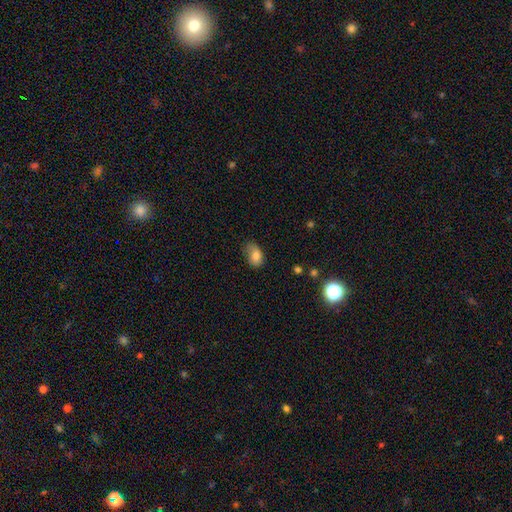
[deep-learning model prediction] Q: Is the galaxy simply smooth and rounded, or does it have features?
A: smooth — 82%.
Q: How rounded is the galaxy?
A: in between — 84%.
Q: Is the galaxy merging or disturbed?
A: none — 51%.